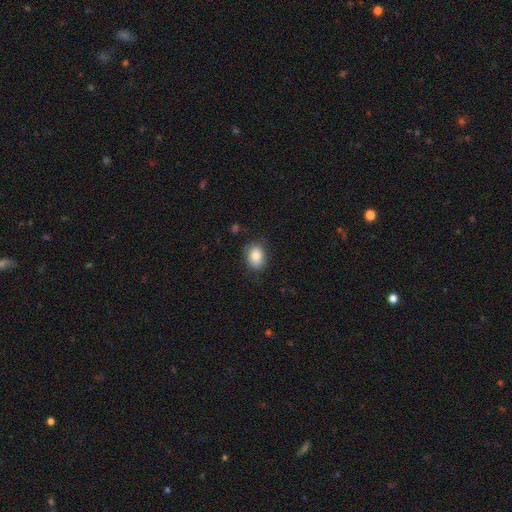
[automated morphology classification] Smooth or featured? Predicted: smooth (p=0.86). How rounded? Predicted: in between (p=0.70). Merging? Predicted: none (p=0.79).